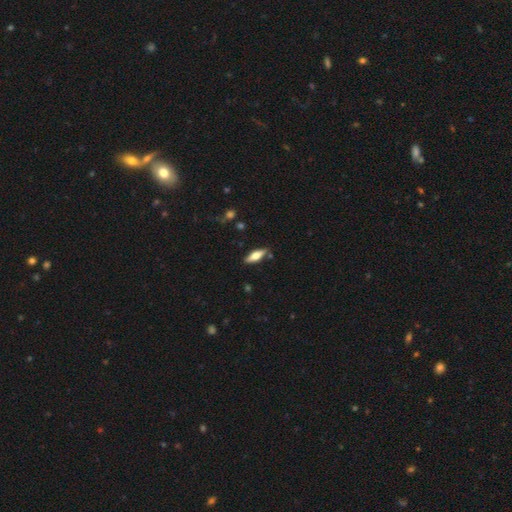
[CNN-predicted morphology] type=smooth (58%); roundness=in between (53%); merging=none (84%).